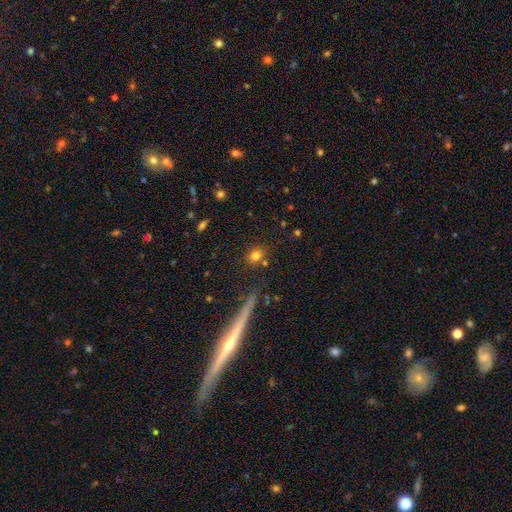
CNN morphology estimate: This is likely a smooth galaxy (78%). How rounded: likely round (62%). Merging: likely none (79%).